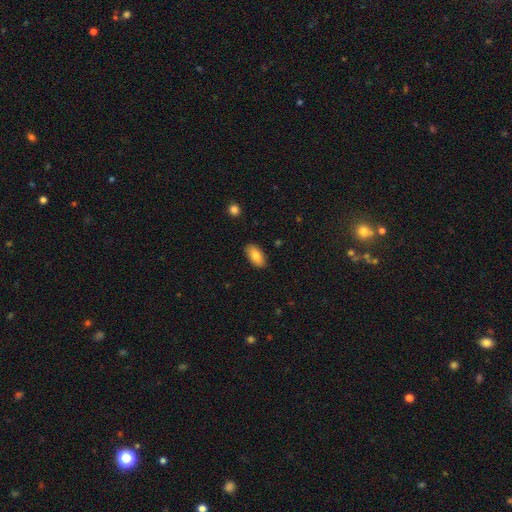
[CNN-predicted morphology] This is clearly a smooth galaxy (80%). How rounded: clearly in between (92%). Merging: clearly none (86%).